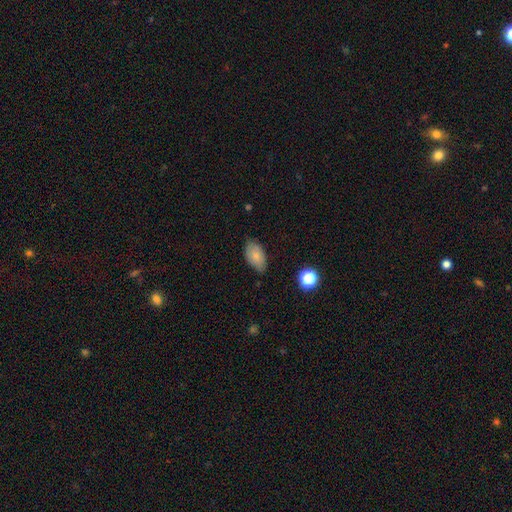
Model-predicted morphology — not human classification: type=smooth (76%); roundness=in between (92%); merging=none (72%).